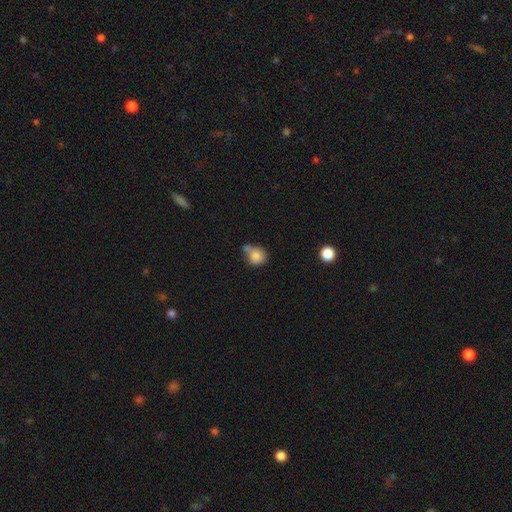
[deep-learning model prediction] Overall: smooth (83%). How rounded: round (82%). Merging: none (46%; merger 30%).